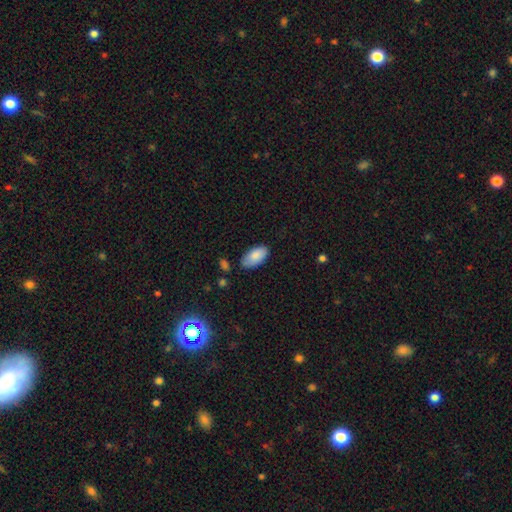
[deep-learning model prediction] Q: Smooth or featured?
A: smooth (85%); runner-up: featured or disk (8%)
Q: How rounded?
A: in between (95%); runner-up: cigar-shaped (3%)
Q: Merging?
A: none (73%); runner-up: minor disturbance (20%)